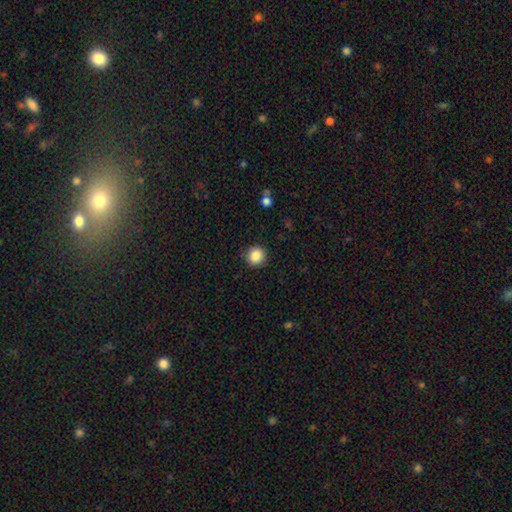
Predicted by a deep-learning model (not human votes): Overall: smooth (87%). How rounded: round (91%). Merging: none (90%).